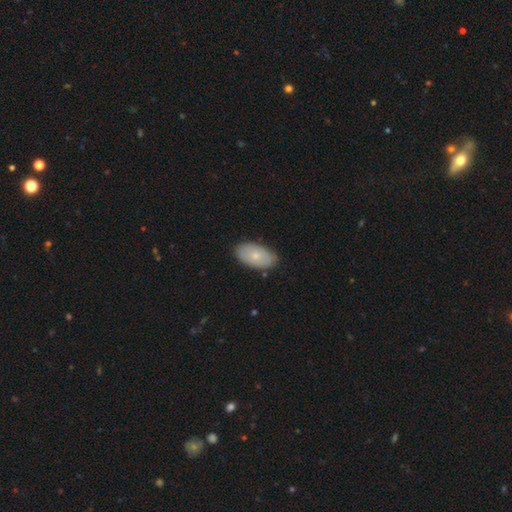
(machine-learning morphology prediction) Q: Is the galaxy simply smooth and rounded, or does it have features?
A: smooth — 71%.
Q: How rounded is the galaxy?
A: in between — 94%.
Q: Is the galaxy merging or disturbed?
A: none — 81%.